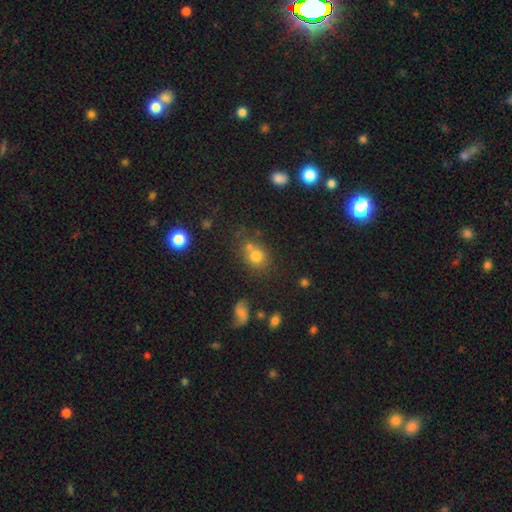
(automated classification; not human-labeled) smooth-or-featured: smooth: 72% | star or artifact: 16% | featured or disk: 12%
  how-rounded: round: 70% | in between: 29% | cigar-shaped: 1%
  merging: none: 53% | merger: 28% | minor disturbance: 14% | major disturbance: 6%